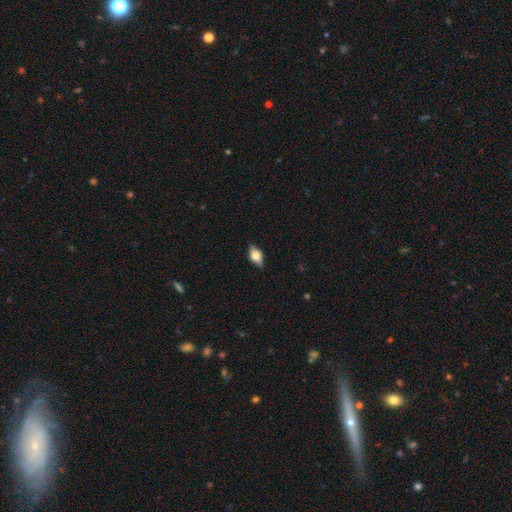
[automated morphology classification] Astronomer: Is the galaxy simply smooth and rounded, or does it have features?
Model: featured or disk — 51% (runner-up: smooth, 41%).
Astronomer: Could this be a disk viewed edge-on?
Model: yes — 91%.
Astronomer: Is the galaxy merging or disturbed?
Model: none — 83%.